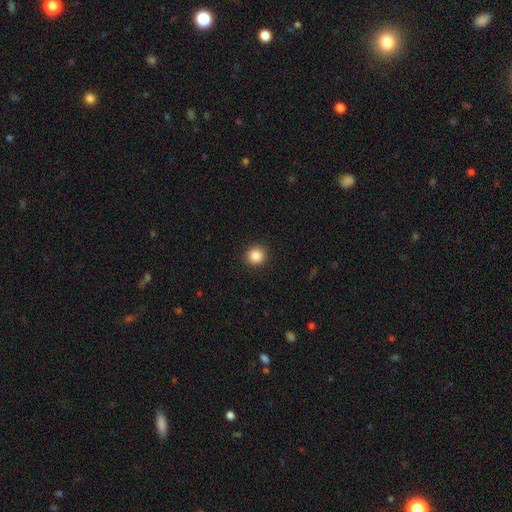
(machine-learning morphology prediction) A smooth galaxy with no disk features (87%) that is round (93%). Merging: none (92%).